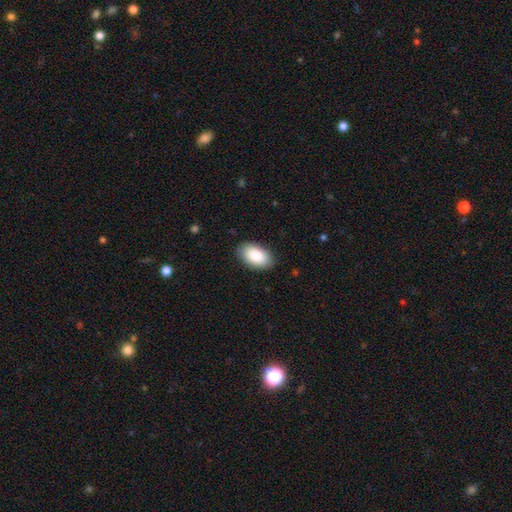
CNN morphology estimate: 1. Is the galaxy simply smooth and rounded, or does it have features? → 88% smooth, 6% star or artifact, 6% featured or disk.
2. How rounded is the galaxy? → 95% in between, 4% round, 1% cigar-shaped.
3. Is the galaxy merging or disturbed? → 87% none, 10% minor disturbance, 2% major disturbance, 1% merger.